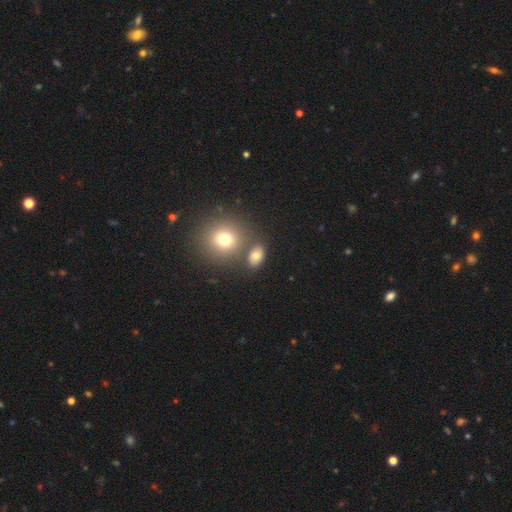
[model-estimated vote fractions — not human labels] smooth-or-featured: smooth: 77% | star or artifact: 13% | featured or disk: 10%
  how-rounded: in between: 71% | round: 27% | cigar-shaped: 2%
  merging: none: 67% | merger: 16% | minor disturbance: 12% | major disturbance: 4%